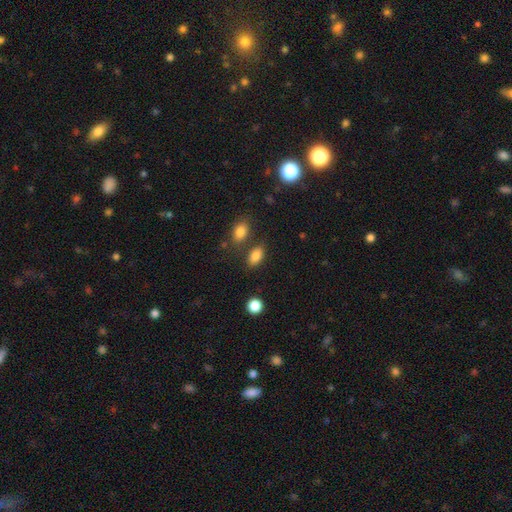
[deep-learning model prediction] Morphology: type=smooth (86%); roundness=in between (90%); merging=none (74%).